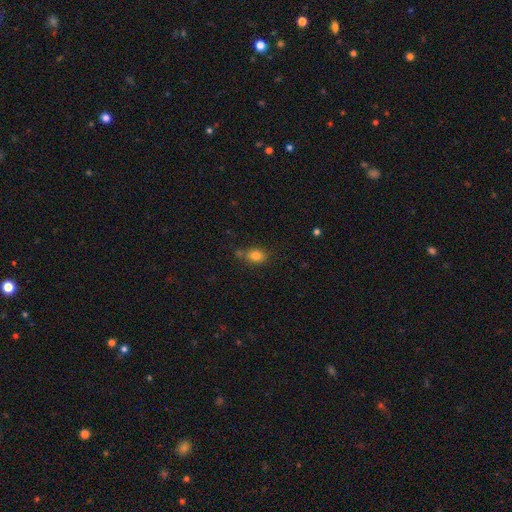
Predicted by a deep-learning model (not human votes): A smooth galaxy with no disk features (81%) that is in between round and cigar-shaped (62%). Merging: none (67%).